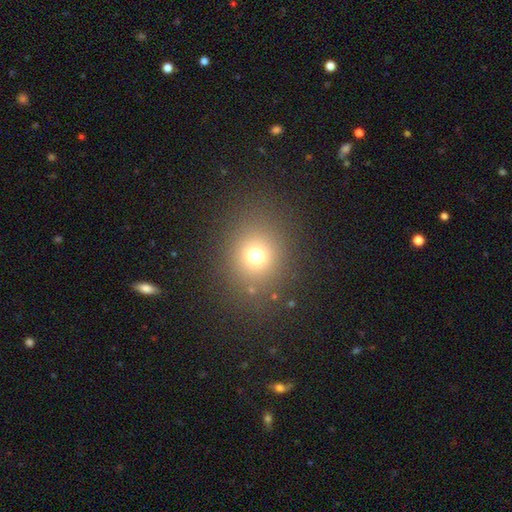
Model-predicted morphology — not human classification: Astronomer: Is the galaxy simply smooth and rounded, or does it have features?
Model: smooth — 70%.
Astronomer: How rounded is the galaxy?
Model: round — 79%.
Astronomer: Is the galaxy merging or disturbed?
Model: none — 84%.